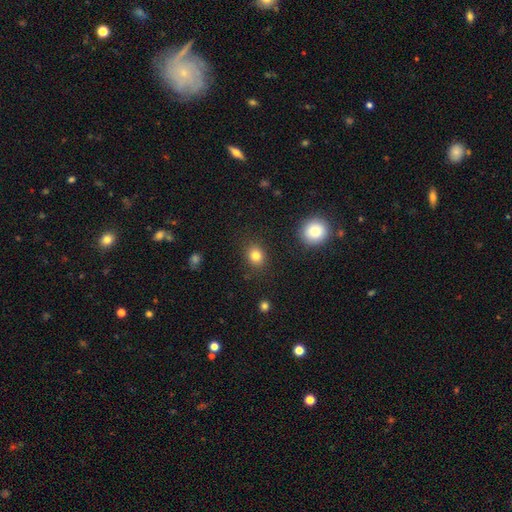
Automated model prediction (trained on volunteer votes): This is clearly a smooth galaxy (82%). How rounded: likely round (63%). Merging: clearly none (87%).